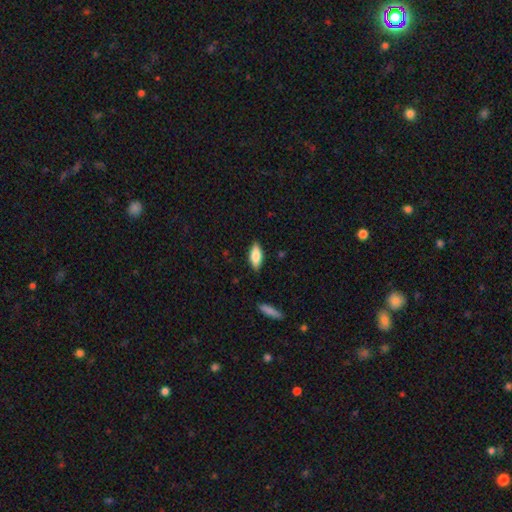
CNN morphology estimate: type=smooth (80%); roundness=in between (80%); merging=none (87%).